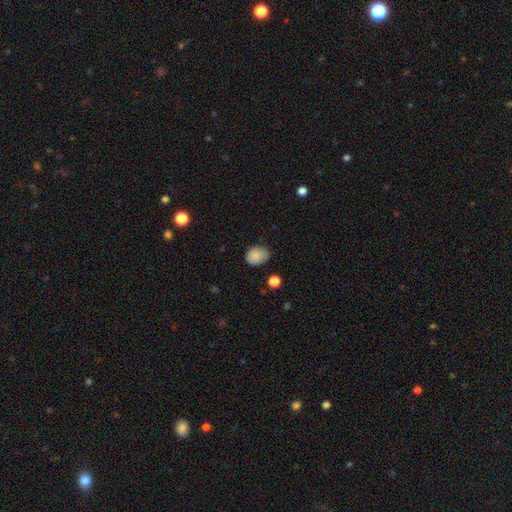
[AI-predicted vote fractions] Smooth or featured? smooth (85%)
How rounded? round (55%)
Merging? none (74%)